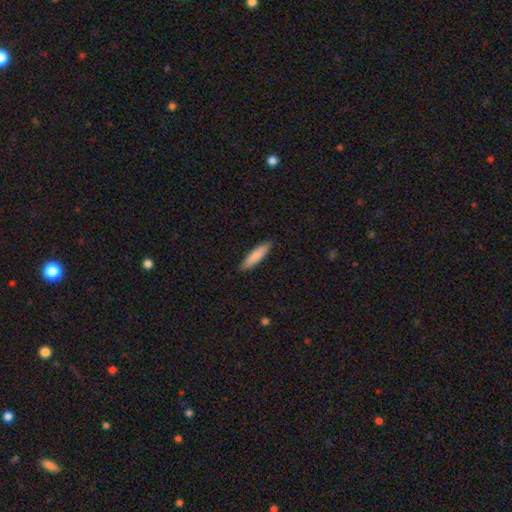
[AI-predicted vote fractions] The model was most divided on "how rounded": cigar-shaped: 82%, in between: 16%, round: 1%. More confident: merging — none (90%); smooth or featured — smooth (84%).